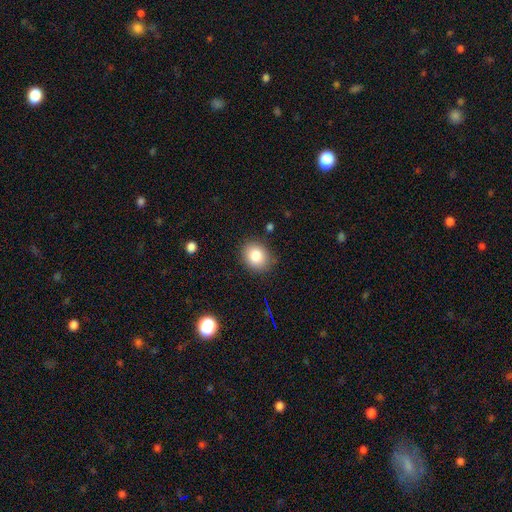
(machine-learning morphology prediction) Smooth or featured?
  - smooth: 83% *
  - star or artifact: 10%
  - featured or disk: 7%
How rounded?
  - round: 63% *
  - in between: 37%
  - cigar-shaped: 1%
Merging?
  - none: 85% *
  - minor disturbance: 11%
  - major disturbance: 3%
  - merger: 2%